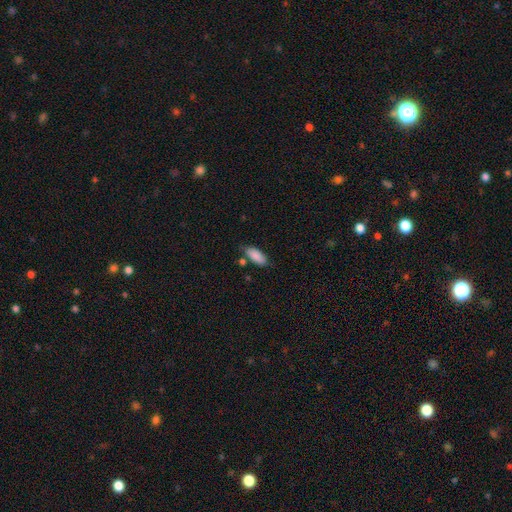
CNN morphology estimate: Smooth or featured? smooth (88%)
How rounded? in between (84%)
Merging? none (68%)